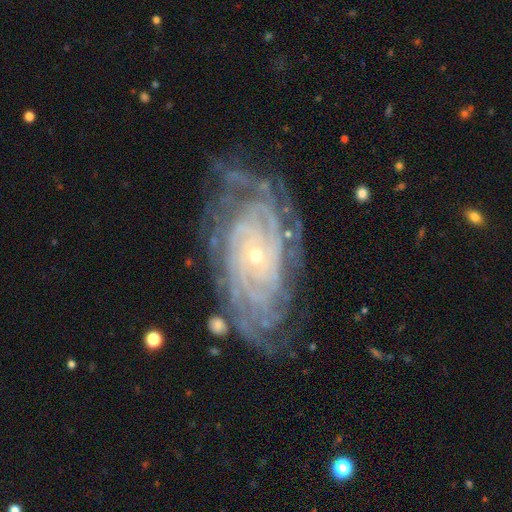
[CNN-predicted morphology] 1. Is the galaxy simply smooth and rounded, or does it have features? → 90% featured or disk, 6% star or artifact, 4% smooth.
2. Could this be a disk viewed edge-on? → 96% no, 4% yes.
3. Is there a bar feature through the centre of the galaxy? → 79% no, 14% weak, 7% strong.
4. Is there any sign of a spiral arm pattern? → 98% yes, 2% no.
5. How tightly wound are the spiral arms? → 84% tight, 13% medium, 3% loose.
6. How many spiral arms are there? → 27% more than 4, 26% can't tell, 19% 4, 11% 3, 10% 2, 7% 1.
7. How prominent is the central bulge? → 83% small, 14% moderate, 1% large, 1% none, 1% dominant.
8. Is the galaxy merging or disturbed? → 74% none, 17% minor disturbance, 7% major disturbance, 2% merger.